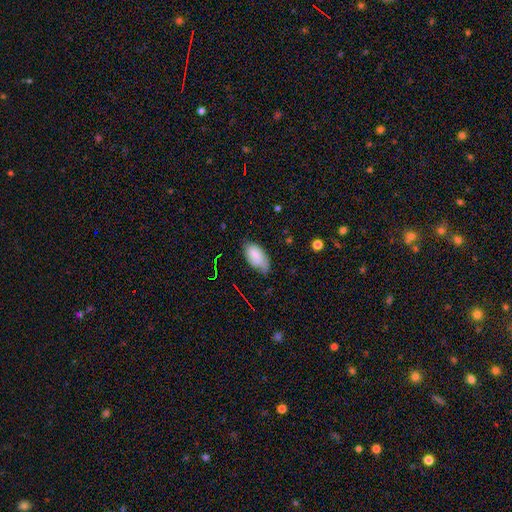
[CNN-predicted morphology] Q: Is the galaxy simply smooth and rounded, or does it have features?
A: smooth — 78%.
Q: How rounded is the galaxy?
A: in between — 93%.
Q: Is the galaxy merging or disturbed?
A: none — 52%.